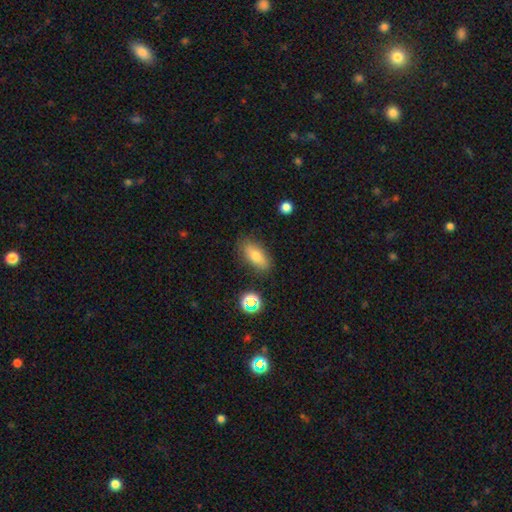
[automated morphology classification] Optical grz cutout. It shows a smooth galaxy with no disk features (73%) that is in between round and cigar-shaped (78%). Merging: none (82%).